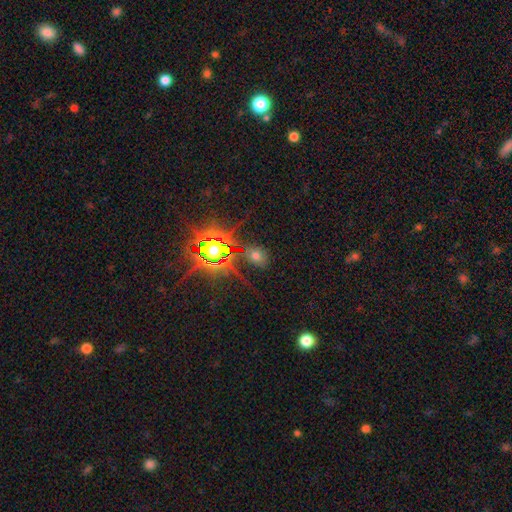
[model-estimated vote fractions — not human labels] Overall: star or artifact (44%; smooth 43%).